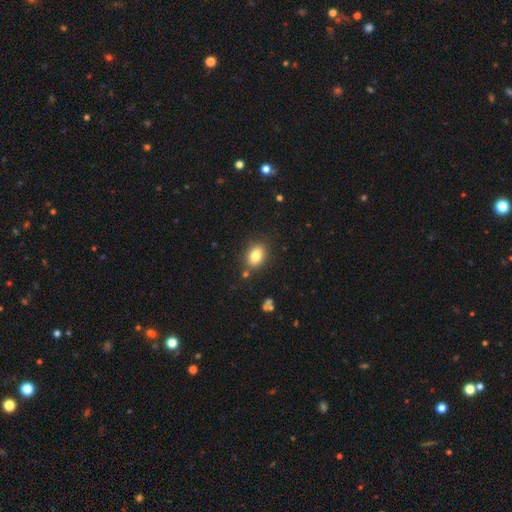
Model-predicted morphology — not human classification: Smooth or featured? Predicted: smooth (p=0.81). How rounded? Predicted: in between (p=0.75). Merging? Predicted: none (p=0.81).